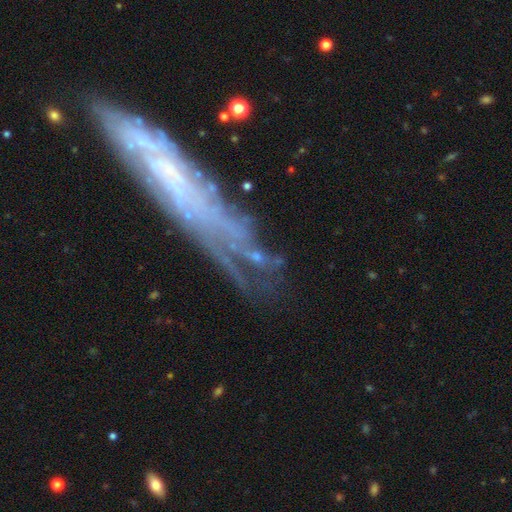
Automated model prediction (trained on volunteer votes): A featured or disk galaxy (58%).

Vote fractions:
- Smooth or featured? featured or disk: 58% / smooth: 21% / star or artifact: 21%
- Edge-on disk? no: 71% / yes: 29%
- Merging? none: 54% / minor disturbance: 19% / major disturbance: 18% / merger: 9%